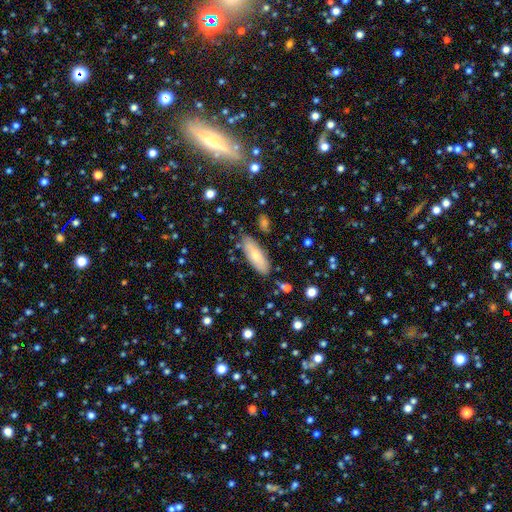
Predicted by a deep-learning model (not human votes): A smooth galaxy with no disk features (70%) that is in between round and cigar-shaped (66%). Merging: none (79%).